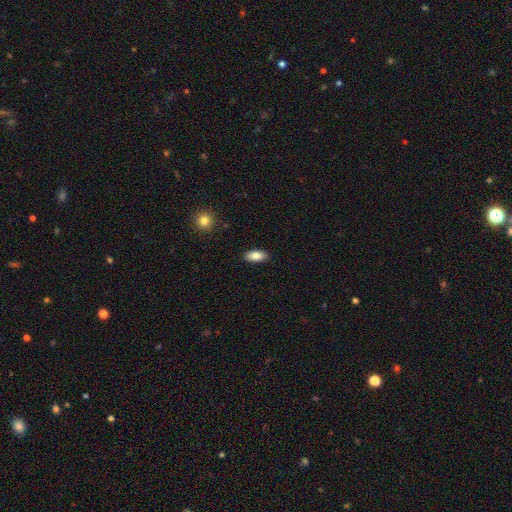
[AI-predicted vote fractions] This is clearly a smooth galaxy (84%). How rounded: clearly in between (89%). Merging: clearly none (89%).